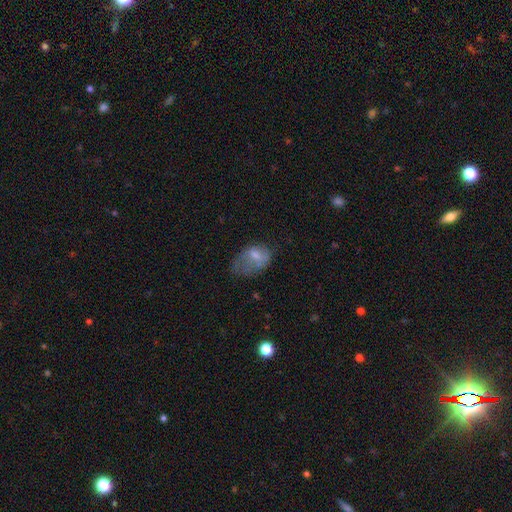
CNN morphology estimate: Overall: smooth (51%; featured or disk 37%). How rounded: in between (82%). Merging: major disturbance (37%; minor disturbance 31%).